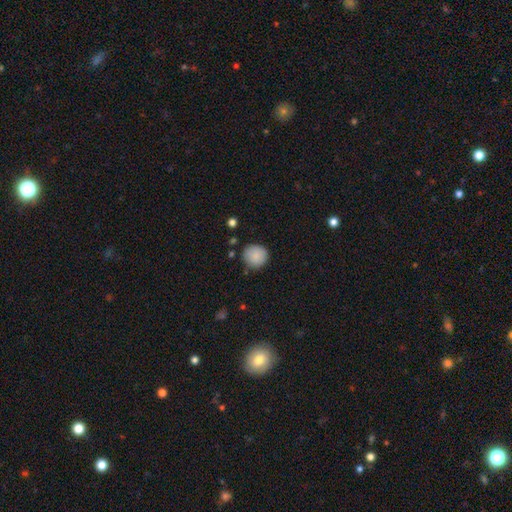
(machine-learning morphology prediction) smooth 88%, star or artifact 8%, featured or disk 5%. Down the decision tree: how rounded — round (93%); merging — none (83%).